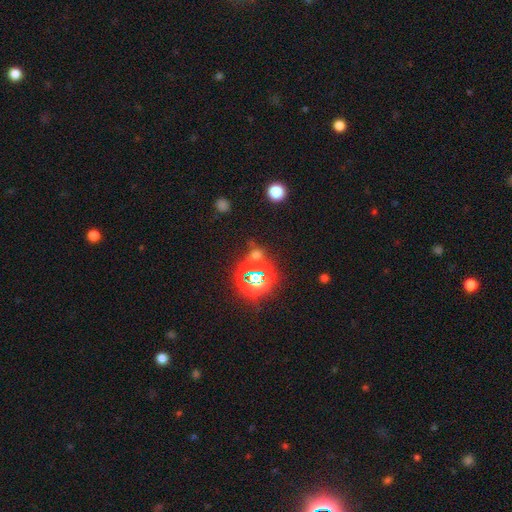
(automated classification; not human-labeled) Smooth or featured?
  - star or artifact: 62% *
  - smooth: 30%
  - featured or disk: 8%